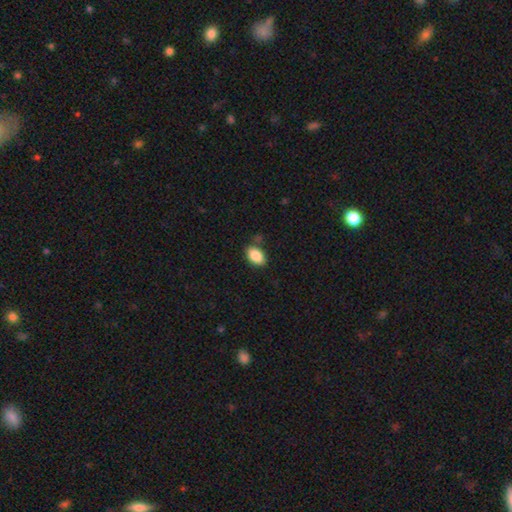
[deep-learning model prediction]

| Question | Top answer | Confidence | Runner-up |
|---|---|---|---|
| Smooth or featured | smooth | 87% | star or artifact (8%) |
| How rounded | in between | 91% | round (7%) |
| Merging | none | 78% | minor disturbance (15%) |